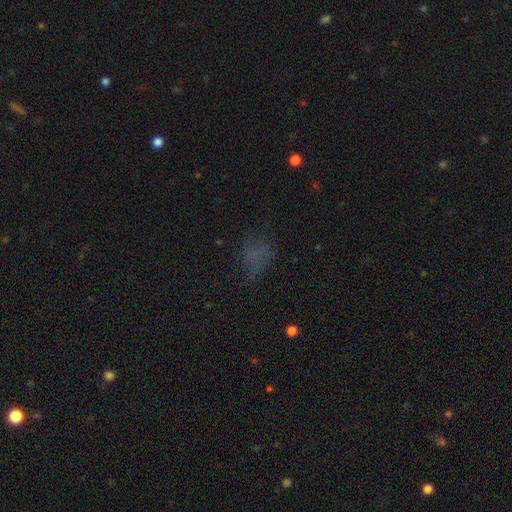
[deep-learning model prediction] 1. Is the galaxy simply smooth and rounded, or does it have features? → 50% smooth, 29% star or artifact, 20% featured or disk.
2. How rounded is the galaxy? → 72% in between, 24% round, 5% cigar-shaped.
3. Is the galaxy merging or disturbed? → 50% none, 25% major disturbance, 22% minor disturbance, 3% merger.